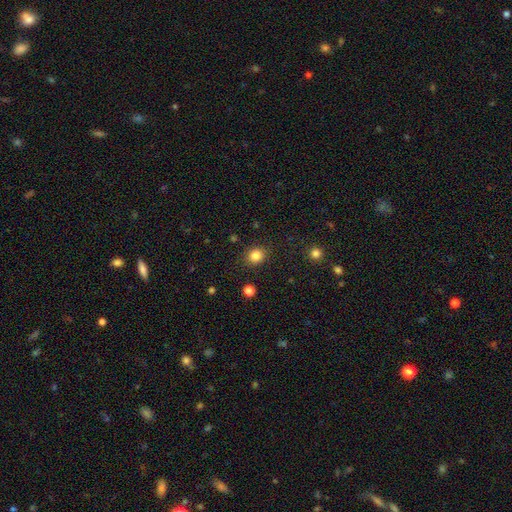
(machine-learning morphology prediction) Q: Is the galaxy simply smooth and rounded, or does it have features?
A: smooth — 84%.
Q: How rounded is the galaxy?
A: round — 76%.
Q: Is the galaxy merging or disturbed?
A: none — 87%.